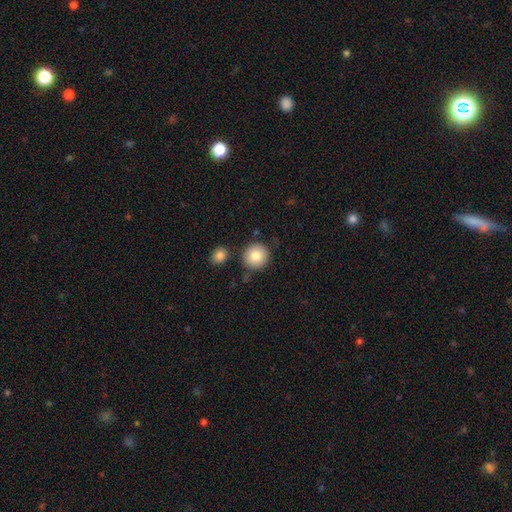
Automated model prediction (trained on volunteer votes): This is clearly a smooth galaxy (82%). How rounded: clearly round (94%). Merging: clearly none (83%).